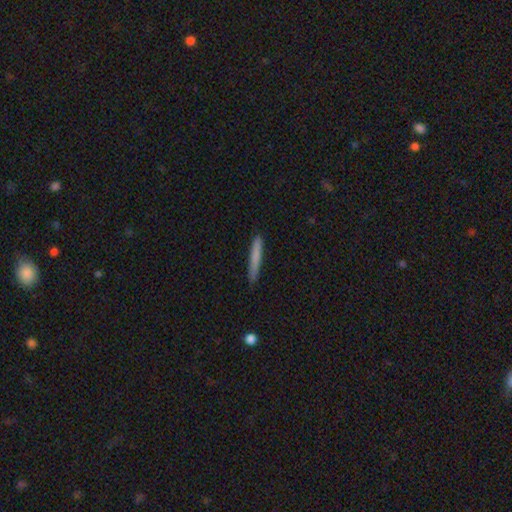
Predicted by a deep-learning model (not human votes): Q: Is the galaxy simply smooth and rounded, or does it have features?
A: smooth — 77%.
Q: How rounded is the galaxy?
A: cigar-shaped — 96%.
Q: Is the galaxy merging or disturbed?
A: none — 87%.